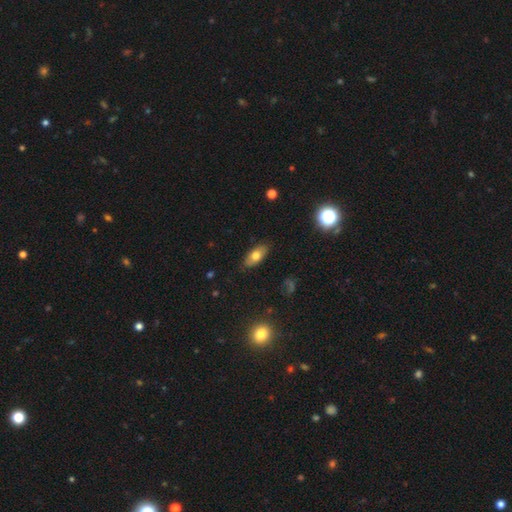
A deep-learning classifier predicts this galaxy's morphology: A smooth galaxy with no disk features (70%) that is in between round and cigar-shaped (84%). Merging: none (85%).